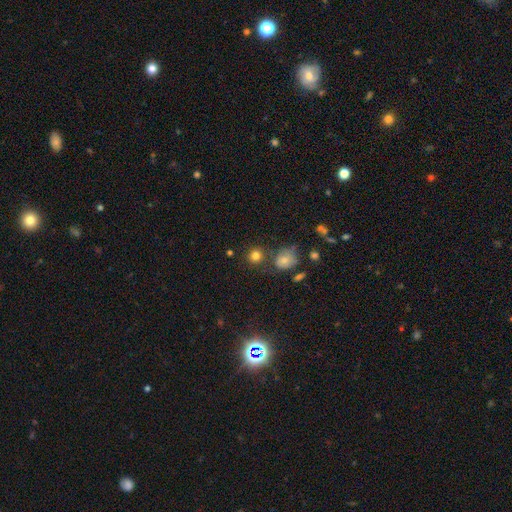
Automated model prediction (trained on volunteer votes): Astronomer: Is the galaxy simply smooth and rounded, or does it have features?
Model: smooth — 79%.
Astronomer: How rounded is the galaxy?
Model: round — 89%.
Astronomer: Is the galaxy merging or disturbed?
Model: none — 75%.